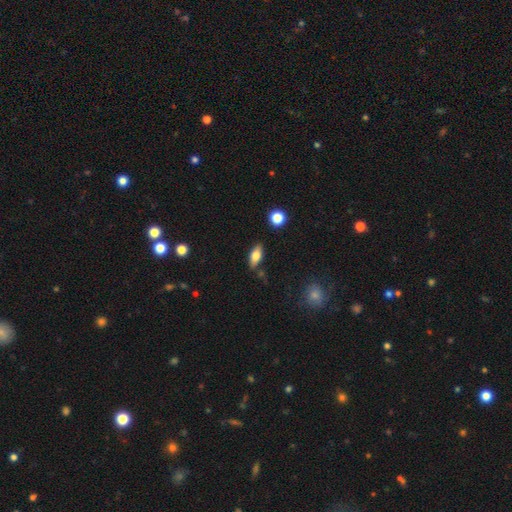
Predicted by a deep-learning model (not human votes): Overall: smooth (70%). How rounded: in between (81%). Merging: none (81%).